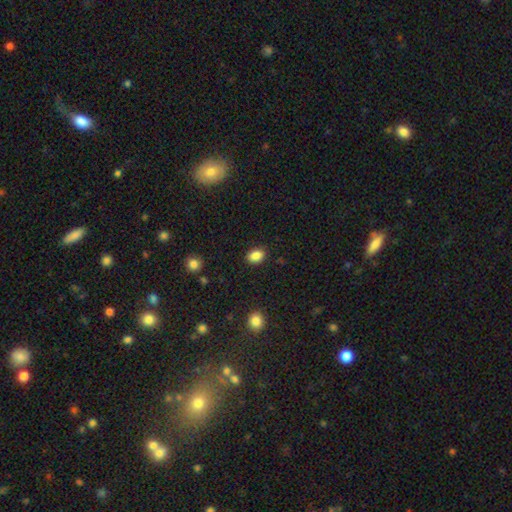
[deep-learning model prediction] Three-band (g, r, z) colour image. It shows a smooth galaxy with no disk features (87%) that is in between round and cigar-shaped (74%). Merging: none (88%).